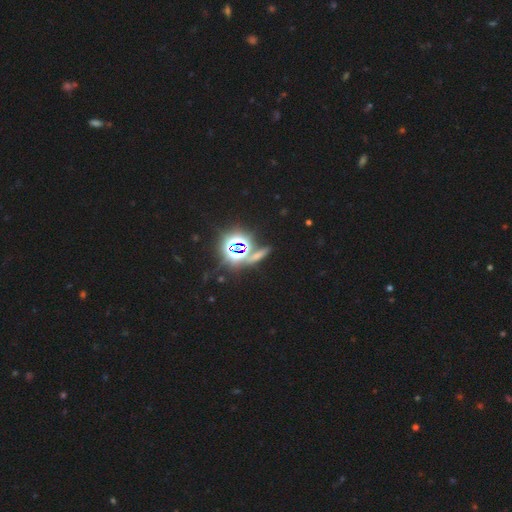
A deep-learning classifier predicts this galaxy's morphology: This is possibly a star or artifact rather than a galaxy (60%).